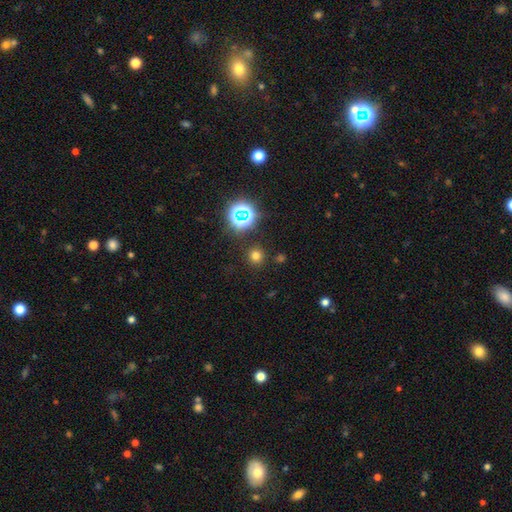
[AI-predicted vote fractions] Overall: smooth (69%). How rounded: round (93%). Merging: none (88%).